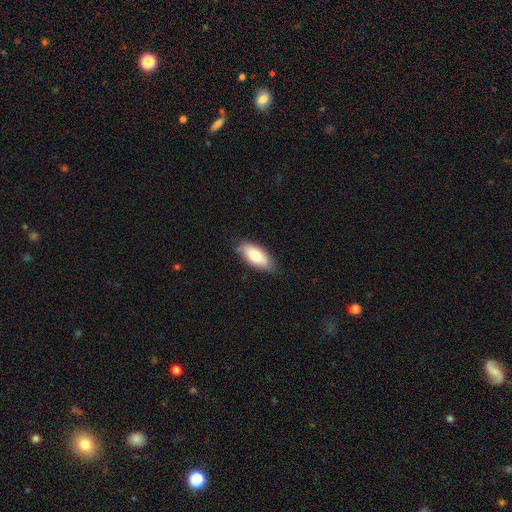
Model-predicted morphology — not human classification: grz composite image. It shows a smooth galaxy with no disk features (79%) that is in between round and cigar-shaped (87%). Merging: none (80%).